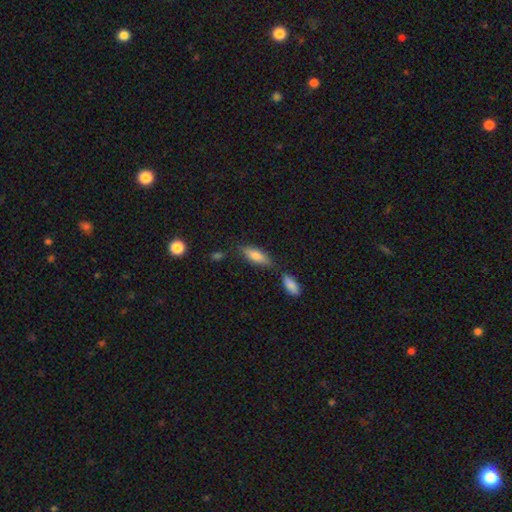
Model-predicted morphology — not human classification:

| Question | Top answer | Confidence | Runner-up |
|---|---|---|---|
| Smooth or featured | smooth | 74% | featured or disk (19%) |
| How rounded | in between | 58% | cigar-shaped (39%) |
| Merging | none | 68% | minor disturbance (16%) |